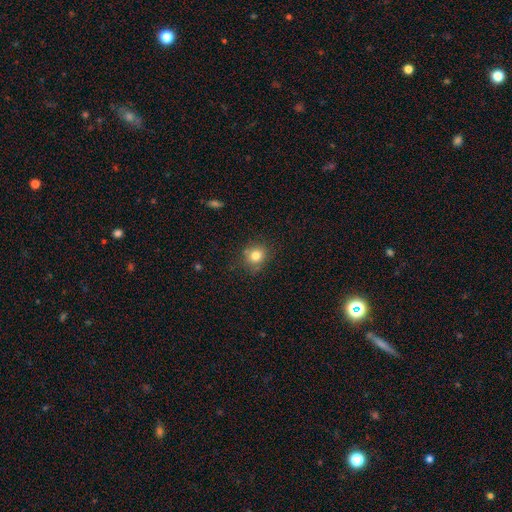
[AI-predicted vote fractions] A smooth galaxy with no disk features (80%) that is round (78%).

Vote fractions:
- Smooth or featured? smooth: 80% / star or artifact: 12% / featured or disk: 8%
- How rounded? round: 78% / in between: 21% / cigar-shaped: 1%
- Merging? none: 78% / minor disturbance: 15% / major disturbance: 4% / merger: 3%